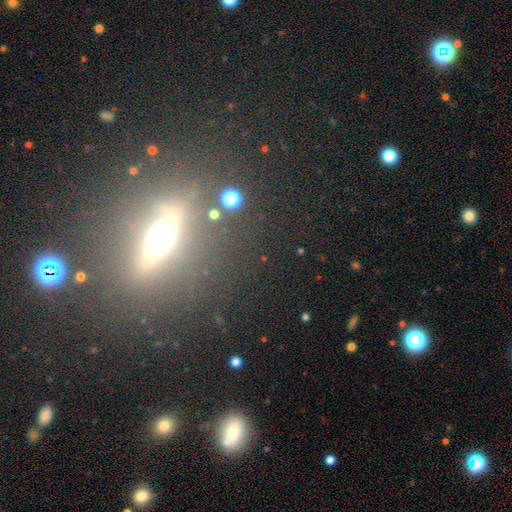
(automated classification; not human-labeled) Smooth or featured?
  - featured or disk: 58% *
  - smooth: 21%
  - star or artifact: 21%
Edge-on disk?
  - yes: 82% *
  - no: 18%
Merging?
  - none: 82% *
  - minor disturbance: 9%
  - major disturbance: 6%
  - merger: 3%